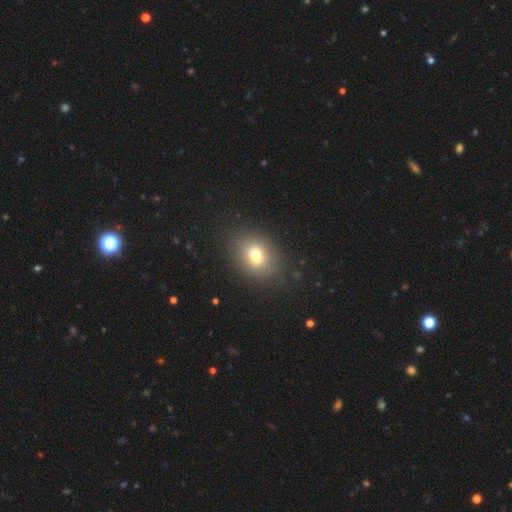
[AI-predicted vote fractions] Smooth or featured? Predicted: smooth (p=0.73). How rounded? Predicted: round (p=0.50). Merging? Predicted: none (p=0.86).